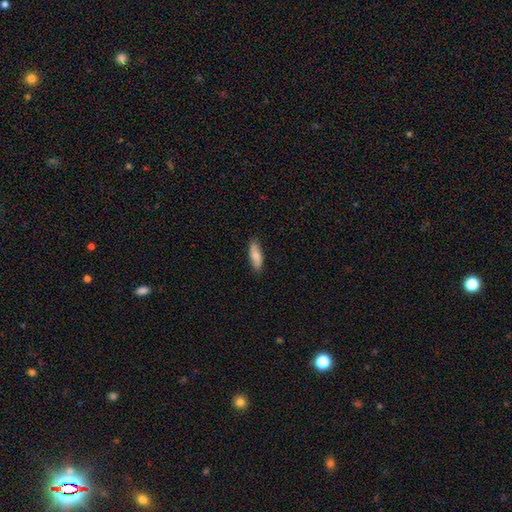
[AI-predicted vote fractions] Smooth or featured?
  - smooth: 77% *
  - featured or disk: 17%
  - star or artifact: 6%
How rounded?
  - in between: 60% *
  - cigar-shaped: 38%
  - round: 2%
Merging?
  - none: 85% *
  - minor disturbance: 12%
  - major disturbance: 2%
  - merger: 1%